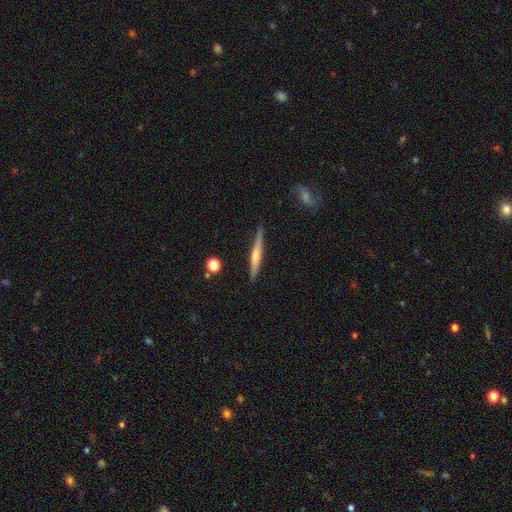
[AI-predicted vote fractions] The model was most divided on "smooth or featured": featured or disk: 69%, smooth: 25%, star or artifact: 6%. More confident: edge-on disk — yes (98%); merging — none (88%); edge-on bulge — rounded (81%).